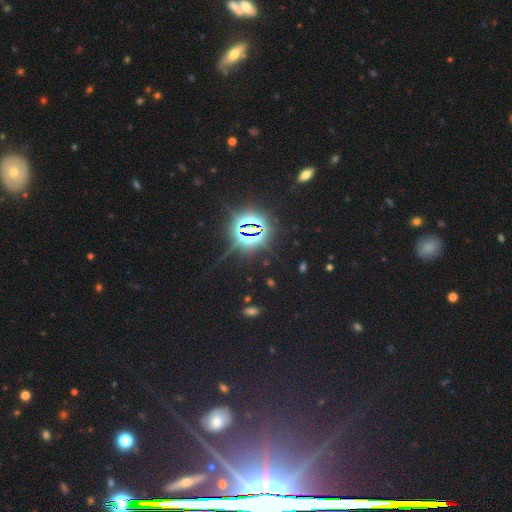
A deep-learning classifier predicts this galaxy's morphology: Smooth or featured? star or artifact (76%)